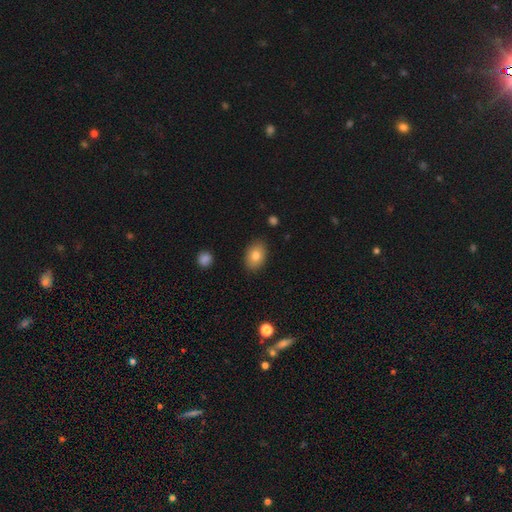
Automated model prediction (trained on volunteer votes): A smooth galaxy with no disk features (80%) that is in between round and cigar-shaped (83%).

Vote fractions:
- Smooth or featured? smooth: 80% / featured or disk: 12% / star or artifact: 8%
- How rounded? in between: 83% / round: 16% / cigar-shaped: 1%
- Merging? none: 87% / minor disturbance: 9% / major disturbance: 2% / merger: 1%